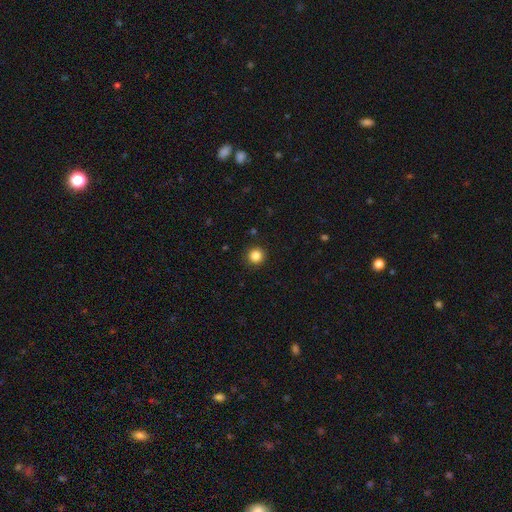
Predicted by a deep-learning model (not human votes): A smooth galaxy with no disk features (85%) that is round (95%).

Vote fractions:
- Smooth or featured? smooth: 85% / star or artifact: 11% / featured or disk: 4%
- How rounded? round: 95% / in between: 4% / cigar-shaped: 1%
- Merging? none: 92% / minor disturbance: 5% / major disturbance: 2% / merger: 1%